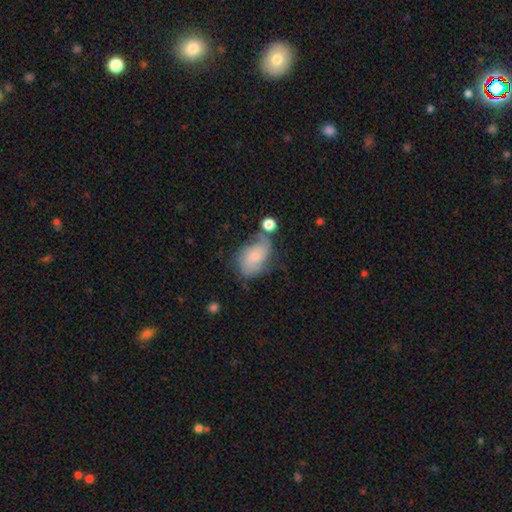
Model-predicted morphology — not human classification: This is possibly a smooth galaxy (49%). Merging: marginally none (42%).